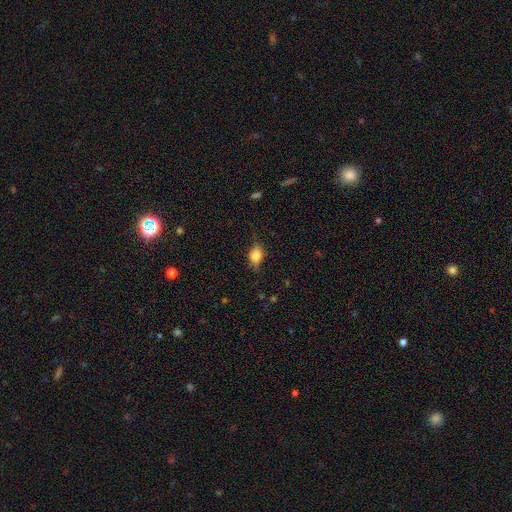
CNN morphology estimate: The model was most divided on "merging": none: 66%, minor disturbance: 25%, major disturbance: 7%, merger: 1%. More confident: how rounded — in between (71%); smooth or featured — smooth (68%).